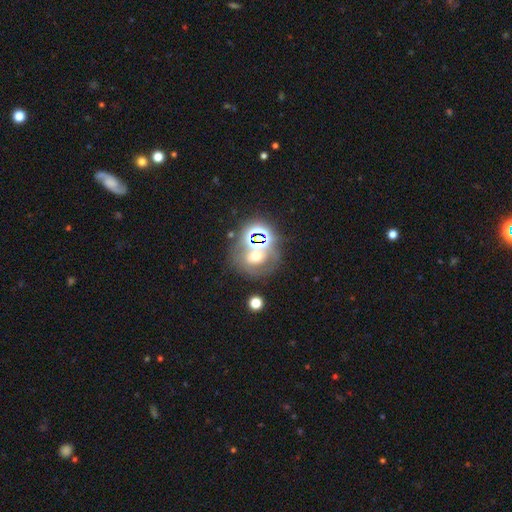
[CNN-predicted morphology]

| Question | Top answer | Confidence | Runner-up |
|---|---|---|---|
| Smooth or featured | star or artifact | 36% | tied: smooth (36%) |